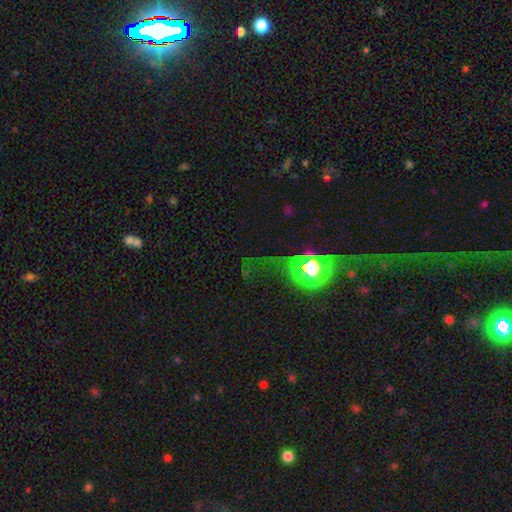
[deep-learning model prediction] Smooth or featured: star or artifact — 67% (smooth — 18%)